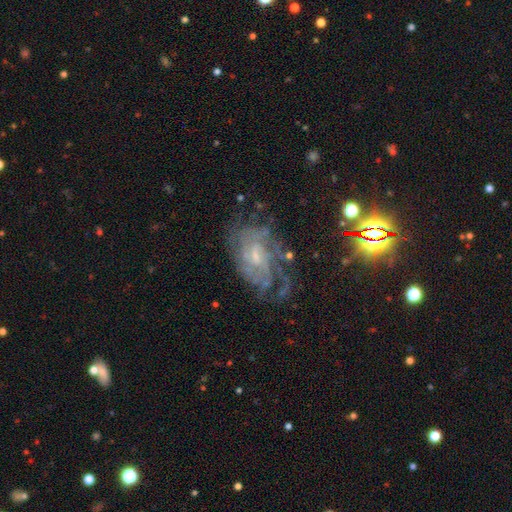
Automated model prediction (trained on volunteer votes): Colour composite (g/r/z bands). It shows a featured or disk galaxy (78%) with no bar (48%), tight (50%) spiral arms (88%) and a small central bulge (59%). Merging: none (54%).